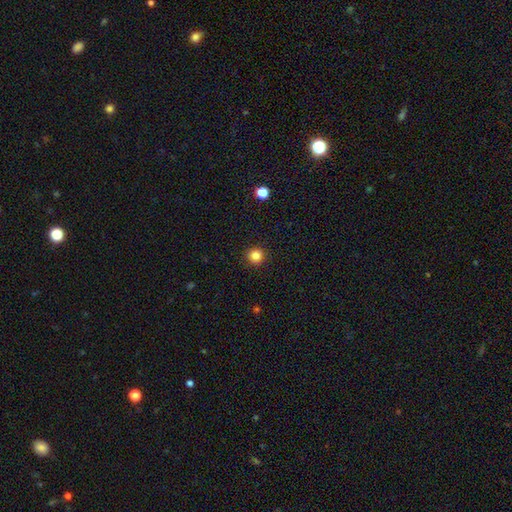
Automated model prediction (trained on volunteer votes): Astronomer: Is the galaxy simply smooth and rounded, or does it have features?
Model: smooth — 84%.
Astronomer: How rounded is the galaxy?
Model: round — 95%.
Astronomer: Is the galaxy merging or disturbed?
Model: none — 93%.